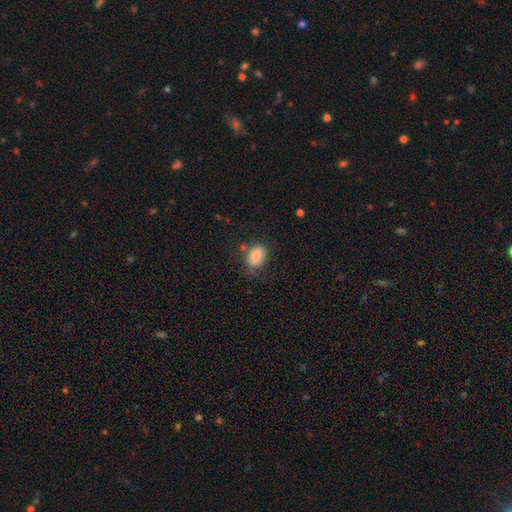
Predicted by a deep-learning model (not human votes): Smooth or featured: smooth — 81% (featured or disk — 10%)
How rounded: in between — 63% (round — 36%)
Merging: none — 70% (minor disturbance — 20%)